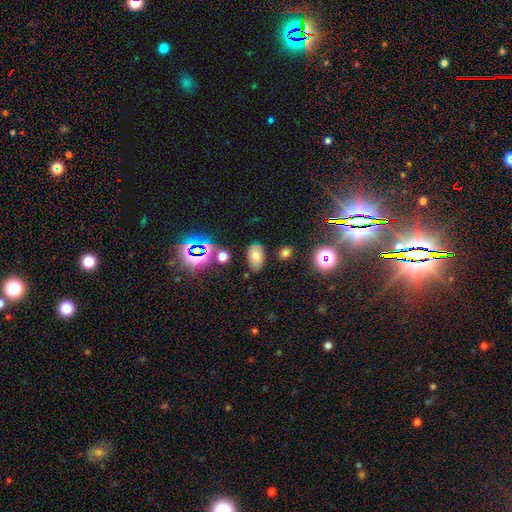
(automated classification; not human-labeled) A smooth galaxy with no disk features (62%) that is in between round and cigar-shaped (88%).

Vote fractions:
- Smooth or featured? smooth: 62% / star or artifact: 24% / featured or disk: 15%
- How rounded? in between: 88% / round: 10% / cigar-shaped: 1%
- Merging? none: 79% / minor disturbance: 13% / merger: 4% / major disturbance: 4%